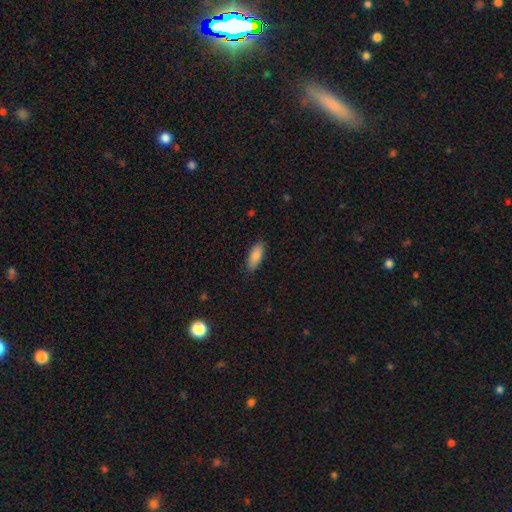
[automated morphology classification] A smooth galaxy with no disk features (88%) that is in between round and cigar-shaped (73%).

Vote fractions:
- Smooth or featured? smooth: 88% / featured or disk: 6% / star or artifact: 6%
- How rounded? in between: 73% / cigar-shaped: 25% / round: 2%
- Merging? none: 87% / minor disturbance: 10% / major disturbance: 2% / merger: 1%